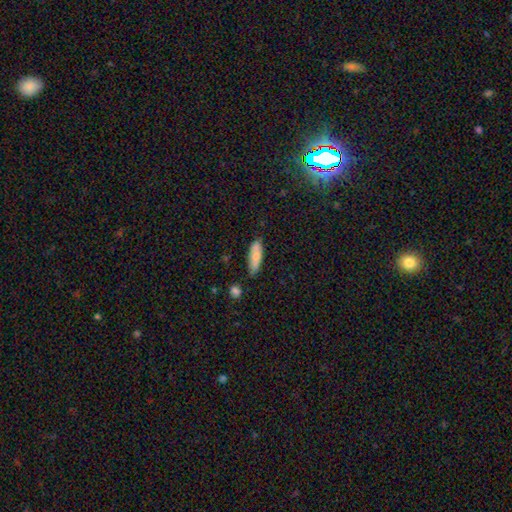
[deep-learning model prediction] Smooth or featured? smooth (79%)
How rounded? in between (53%)
Merging? none (69%)